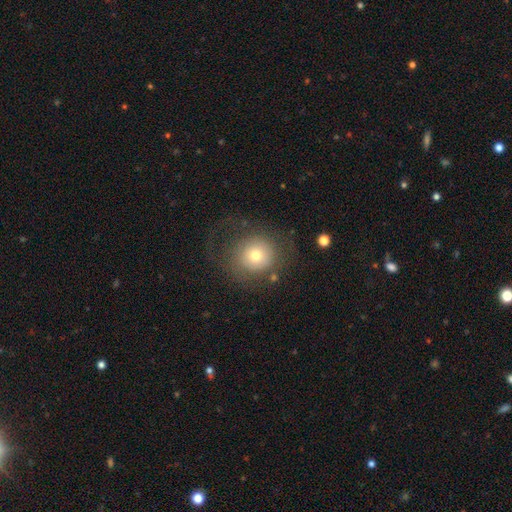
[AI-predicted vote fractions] Smooth or featured? Predicted: smooth (p=0.64). How rounded? Predicted: round (p=0.90). Merging? Predicted: none (p=0.65).